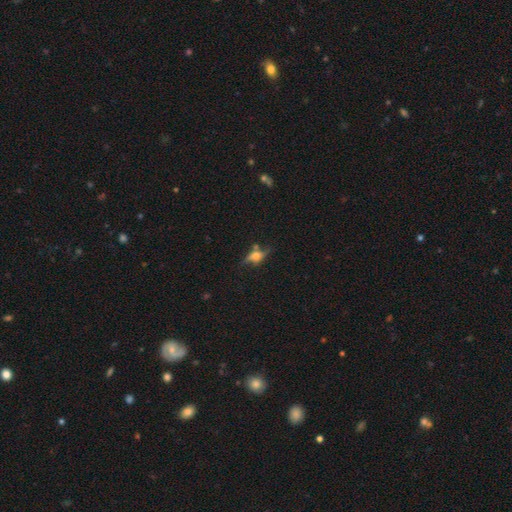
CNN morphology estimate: Smooth or featured? Predicted: featured or disk (p=0.58). Edge-on disk? Predicted: yes (p=0.80). Merging? Predicted: none (p=0.65).